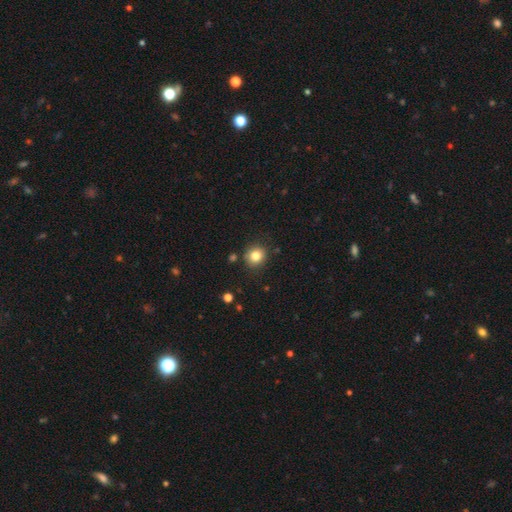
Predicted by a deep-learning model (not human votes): A smooth galaxy with no disk features (82%) that is round (85%). Merging: none (86%).